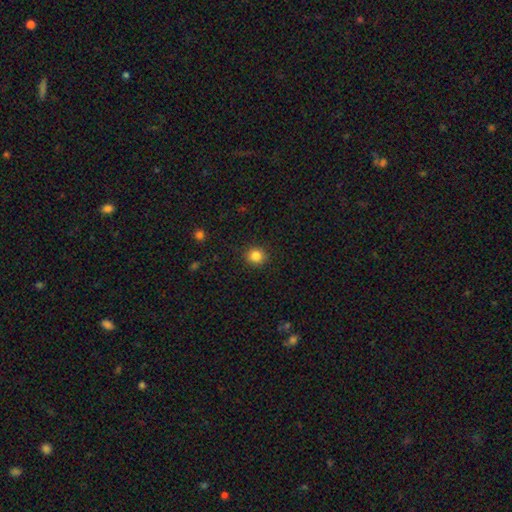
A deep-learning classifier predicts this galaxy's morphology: Q: Smooth or featured?
A: smooth (85%); runner-up: star or artifact (11%)
Q: How rounded?
A: round (85%); runner-up: in between (14%)
Q: Merging?
A: none (90%); runner-up: minor disturbance (7%)